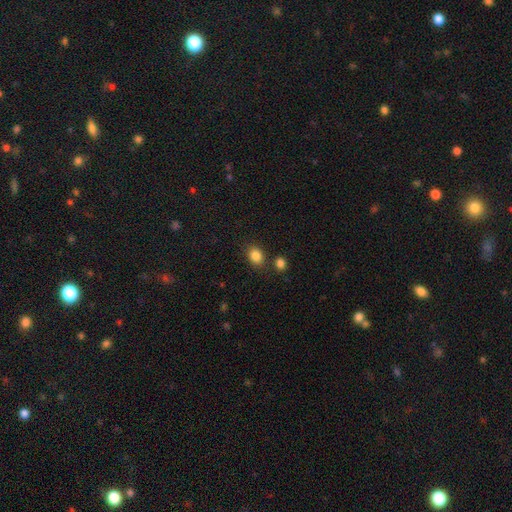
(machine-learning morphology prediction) This appears to be a smooth galaxy with no disk features (85%) that is in between round and cigar-shaped (55%). Merging: none (78%).